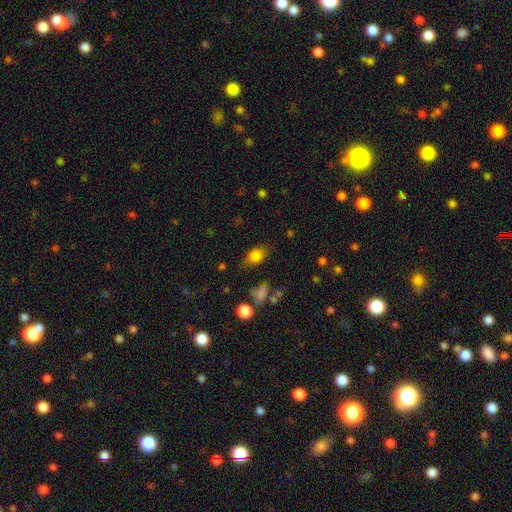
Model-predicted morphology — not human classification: smooth 80%, star or artifact 11%, featured or disk 9%. Down the decision tree: how rounded — in between (78%); merging — none (69%).